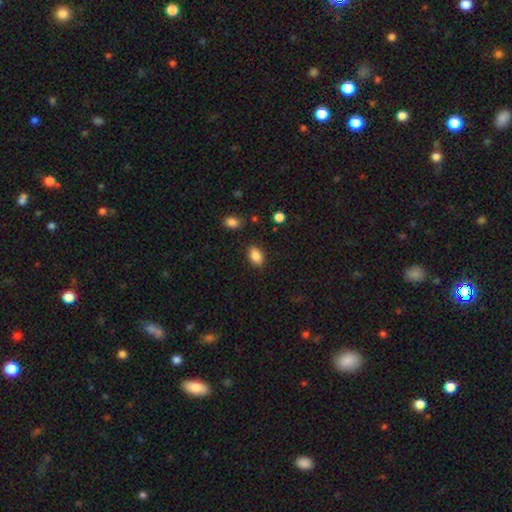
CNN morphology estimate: This appears to be a smooth galaxy with no disk features (86%) that is in between round and cigar-shaped (86%). Merging: none (86%).